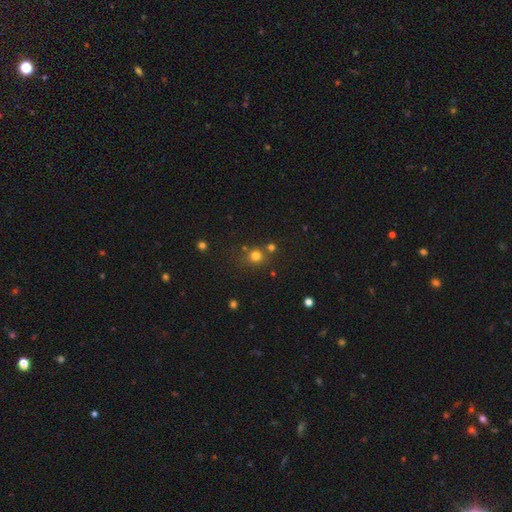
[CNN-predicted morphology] Q: Smooth or featured?
A: smooth (74%); runner-up: star or artifact (19%)
Q: How rounded?
A: round (87%); runner-up: in between (12%)
Q: Merging?
A: none (71%); runner-up: merger (15%)